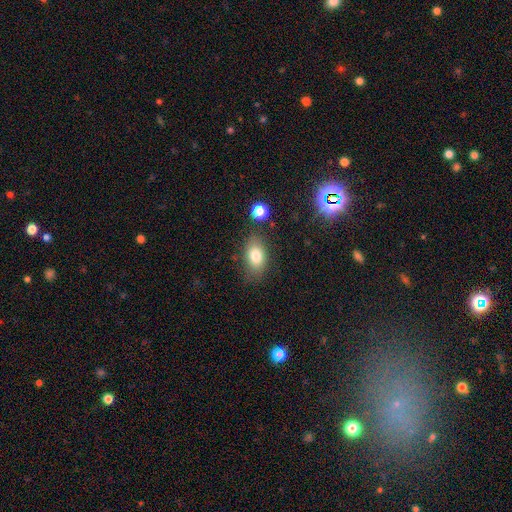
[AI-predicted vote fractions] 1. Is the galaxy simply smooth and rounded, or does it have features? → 79% smooth, 12% featured or disk, 9% star or artifact.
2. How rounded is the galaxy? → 87% in between, 11% round, 2% cigar-shaped.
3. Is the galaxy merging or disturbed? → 76% none, 15% minor disturbance, 5% major disturbance, 4% merger.